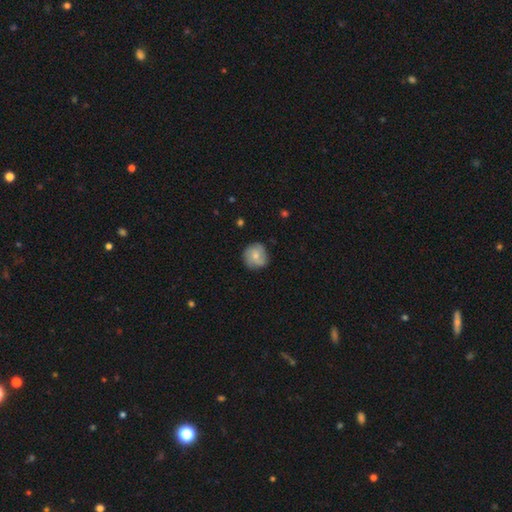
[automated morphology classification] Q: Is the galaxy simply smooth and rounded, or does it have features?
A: smooth — 53%.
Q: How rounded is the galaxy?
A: round — 89%.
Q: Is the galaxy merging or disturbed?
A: none — 76%.